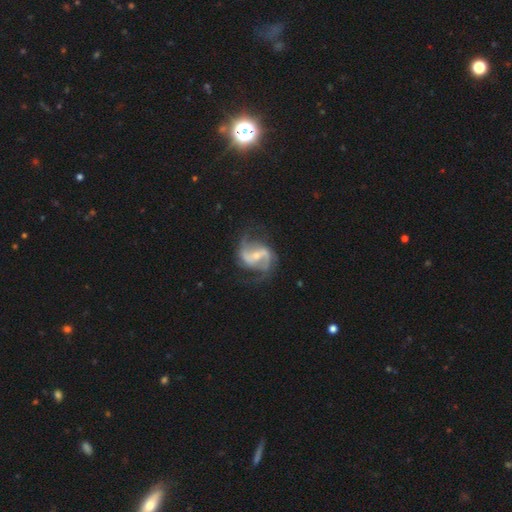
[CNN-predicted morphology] smooth-or-featured: featured or disk: 89% | smooth: 6% | star or artifact: 5%
  disk-edge-on: no: 98% | yes: 2%
    bar: strong: 43% | weak: 40% | no: 17%
    has-spiral-arms: yes: 96% | no: 4%
      spiral-winding: loose: 46% | medium: 44% | tight: 10%
      spiral-arm-count: 2: 91% | can't tell: 3% | 3: 2% | 1: 2% | 4: 1% | more than 4: 1%
    bulge-size: small: 57% | moderate: 37% | none: 3% | large: 2% | dominant: 1%
  merging: none: 72% | minor disturbance: 16% | major disturbance: 10% | merger: 2%